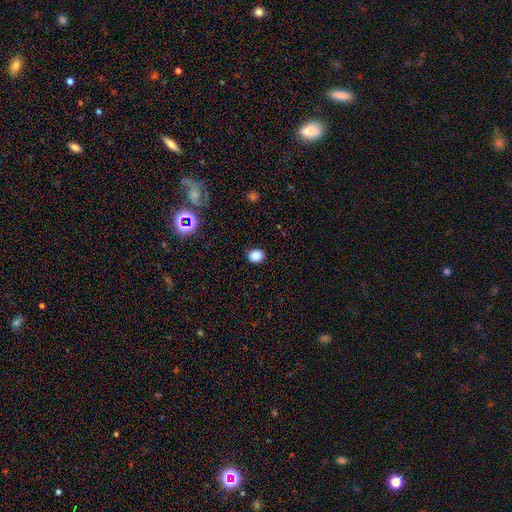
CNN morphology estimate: Smooth or featured: smooth — 85% (star or artifact — 12%)
How rounded: round — 60% (in between — 39%)
Merging: none — 88% (minor disturbance — 8%)